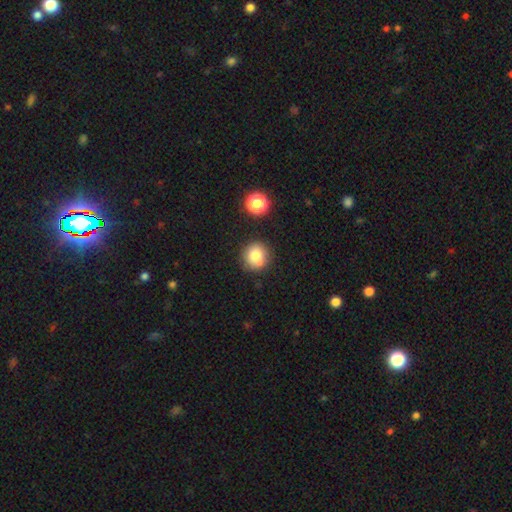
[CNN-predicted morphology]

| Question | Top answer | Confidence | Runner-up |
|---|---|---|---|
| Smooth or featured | smooth | 78% | star or artifact (11%) |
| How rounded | round | 90% | in between (9%) |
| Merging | none | 72% | merger (13%) |